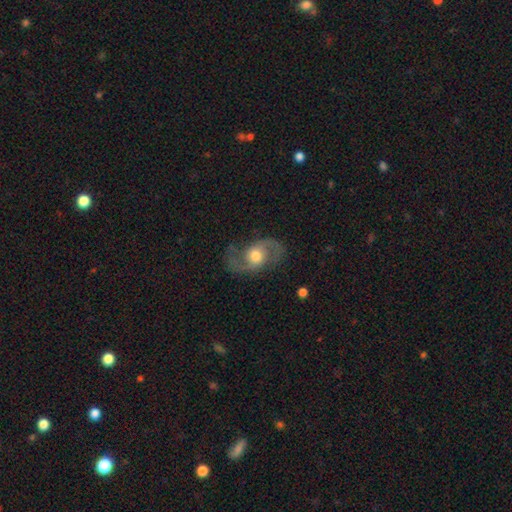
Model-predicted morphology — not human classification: The model was most divided on "spiral winding": medium: 51%, loose: 38%, tight: 11%. More confident: edge-on disk — no (97%); spiral arms — yes (94%); spiral arm count — 2 (93%); smooth or featured — featured or disk (83%); merging — none (76%); bulge size — moderate (64%); bar — no (60%).